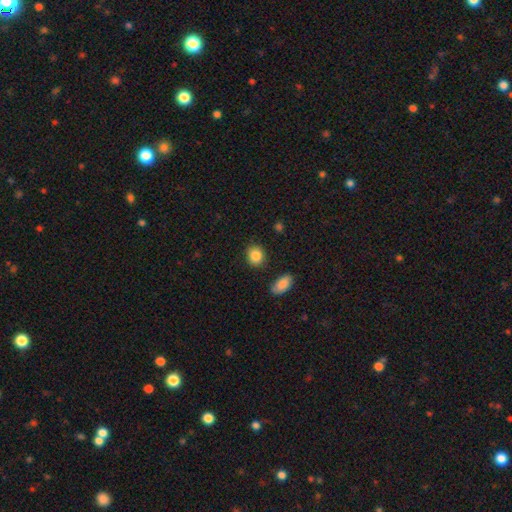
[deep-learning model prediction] A smooth galaxy with no disk features (86%) that is round (66%). Merging: none (86%).